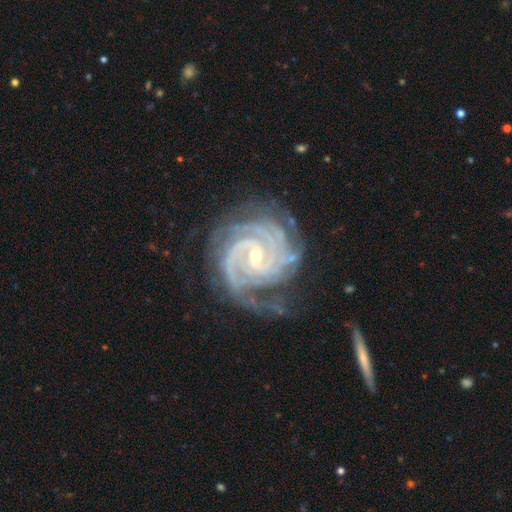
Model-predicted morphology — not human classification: Q: Smooth or featured?
A: featured or disk (93%); runner-up: star or artifact (4%)
Q: Edge-on disk?
A: no (98%); runner-up: yes (2%)
Q: Bar?
A: weak (44%); runner-up: no (36%)
Q: Spiral arms?
A: yes (99%); runner-up: no (1%)
Q: Spiral winding?
A: tight (78%); runner-up: medium (20%)
Q: Spiral arm count?
A: 3 (26%); runner-up: 4 (25%)
Q: Bulge size?
A: small (71%); runner-up: moderate (26%)
Q: Merging?
A: none (69%); runner-up: minor disturbance (20%)